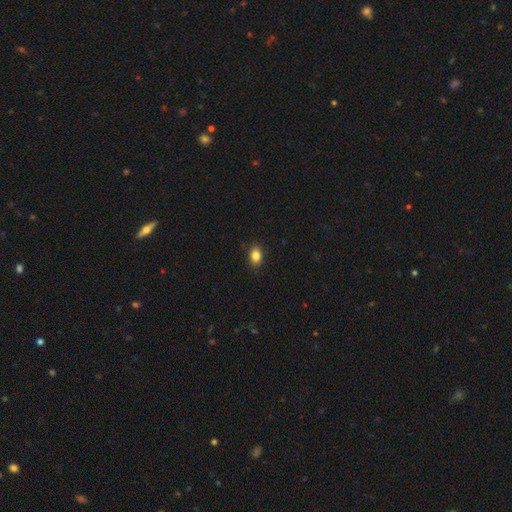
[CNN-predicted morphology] The model was most divided on "how rounded": in between: 71%, round: 28%, cigar-shaped: 1%. More confident: merging — none (88%); smooth or featured — smooth (85%).